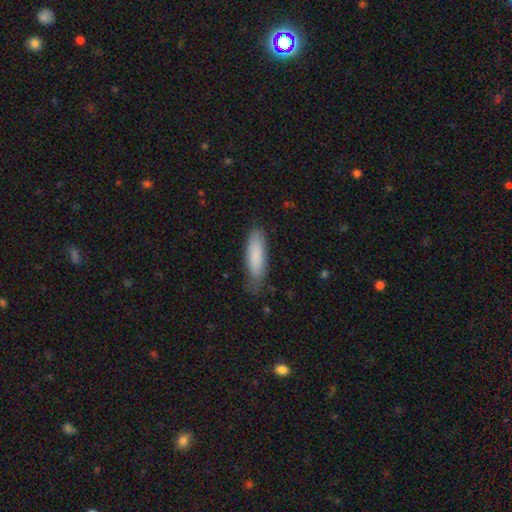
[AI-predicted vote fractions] smooth_or_featured: smooth (p=0.85) [alt: featured or disk p=0.10]
how_rounded: cigar-shaped (p=0.56) [alt: in between p=0.42]
merging: none (p=0.73) [alt: minor disturbance p=0.21]